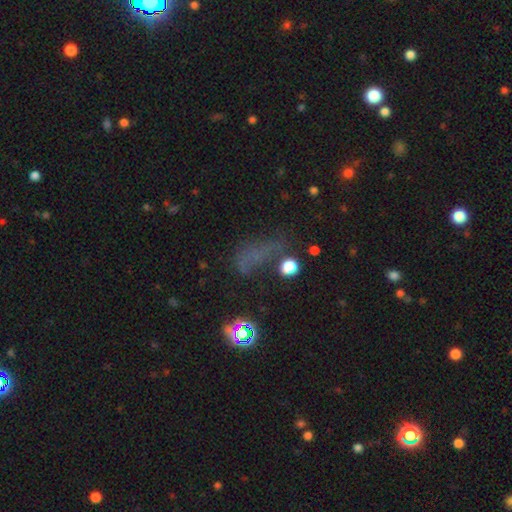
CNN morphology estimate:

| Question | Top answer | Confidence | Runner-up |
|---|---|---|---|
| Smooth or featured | star or artifact | 42% | smooth (41%) |